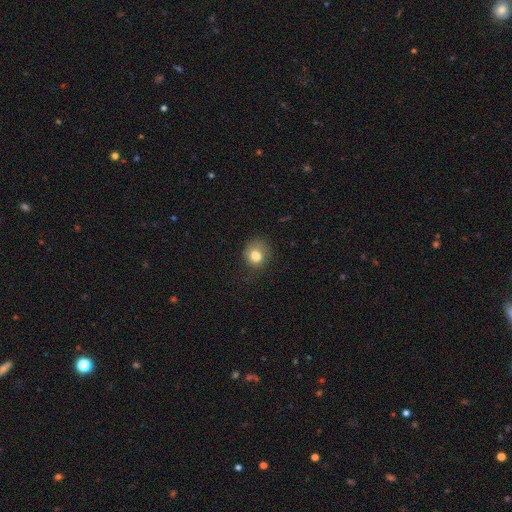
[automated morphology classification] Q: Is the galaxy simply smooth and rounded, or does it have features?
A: smooth — 79%.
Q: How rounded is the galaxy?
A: round — 69%.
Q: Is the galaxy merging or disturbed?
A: none — 53%.